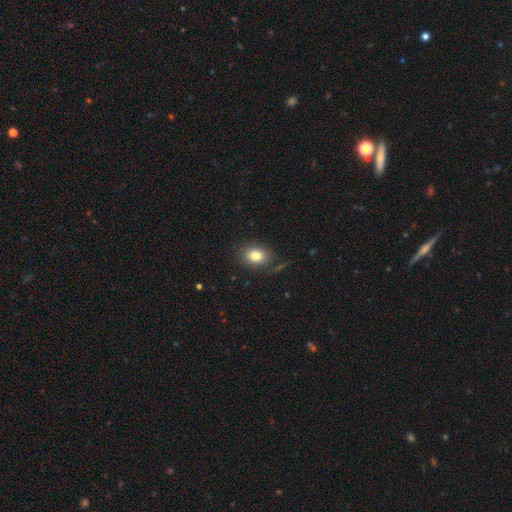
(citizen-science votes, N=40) smooth-or-featured: smooth: 85% | star or artifact: 10% | featured or disk: 5%
  how-rounded: round: 53% | in between: 47% | cigar-shaped: 0%
  merging: none: 89% | minor disturbance: 8% | major disturbance: 3% | merger: 0%